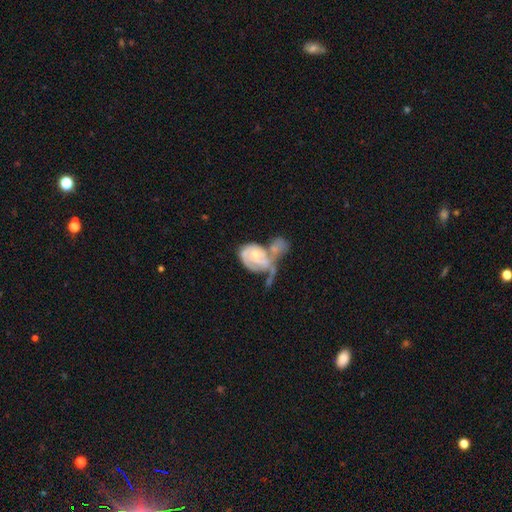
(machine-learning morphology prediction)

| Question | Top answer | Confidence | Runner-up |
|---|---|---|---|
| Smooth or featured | featured or disk | 77% | smooth (18%) |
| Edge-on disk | no | 97% | yes (3%) |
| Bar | no | 70% | weak (24%) |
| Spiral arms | yes | 84% | no (16%) |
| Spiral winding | tight | 55% | medium (31%) |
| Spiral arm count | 2 | 44% | can't tell (24%) |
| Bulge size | moderate | 58% | small (32%) |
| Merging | merger | 52% | major disturbance (23%) |